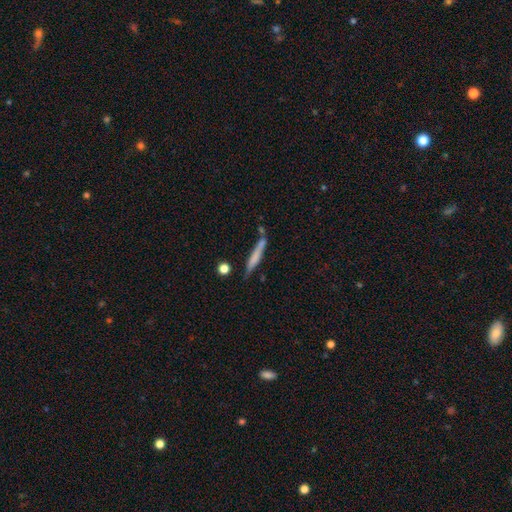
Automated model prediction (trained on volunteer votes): This is likely a smooth galaxy (61%). How rounded: clearly cigar-shaped (94%). Merging: likely none (69%).